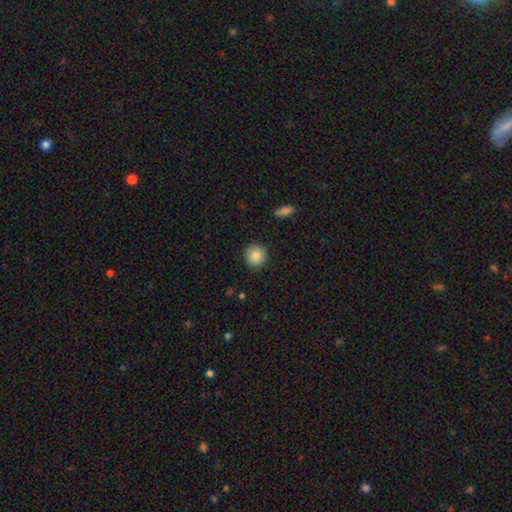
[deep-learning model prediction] Smooth or featured?
  - smooth: 87% *
  - star or artifact: 8%
  - featured or disk: 5%
How rounded?
  - round: 91% *
  - in between: 8%
  - cigar-shaped: 1%
Merging?
  - none: 90% *
  - minor disturbance: 7%
  - major disturbance: 2%
  - merger: 1%